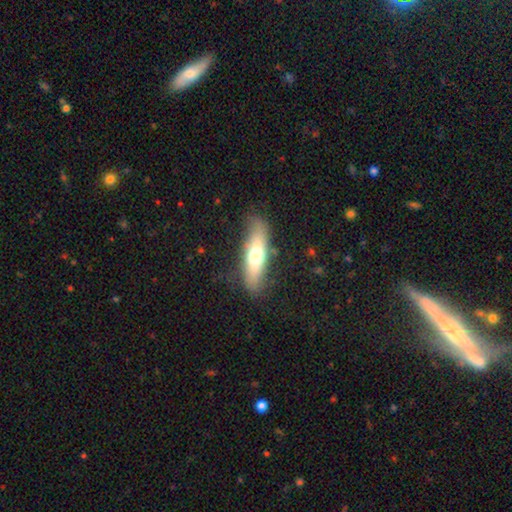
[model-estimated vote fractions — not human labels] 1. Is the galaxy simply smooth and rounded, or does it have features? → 59% smooth, 35% featured or disk, 6% star or artifact.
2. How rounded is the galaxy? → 49% cigar-shaped, 48% in between, 3% round.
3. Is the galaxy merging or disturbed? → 74% none, 18% minor disturbance, 6% major disturbance, 2% merger.